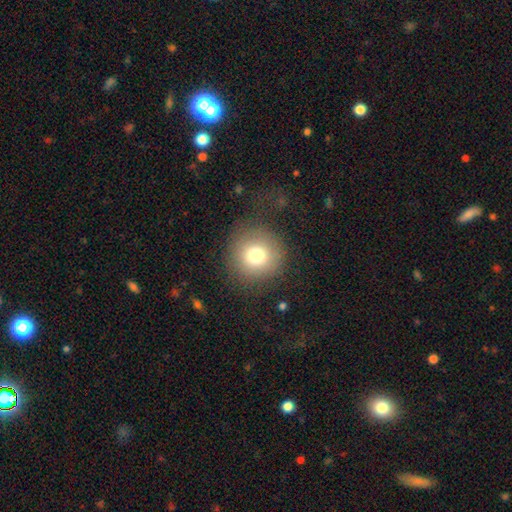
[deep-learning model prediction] This appears to be a smooth galaxy with no disk features (76%) that is round (94%). Merging: none (81%).